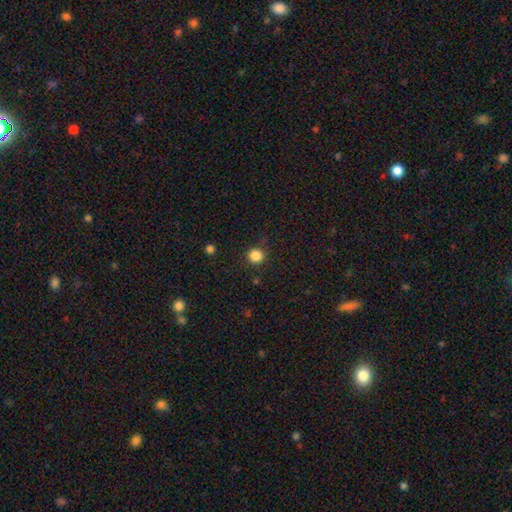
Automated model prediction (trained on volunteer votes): smooth-or-featured: smooth: 86% | star or artifact: 11% | featured or disk: 3%
  how-rounded: round: 92% | in between: 7% | cigar-shaped: 1%
  merging: none: 89% | minor disturbance: 7% | major disturbance: 3% | merger: 1%